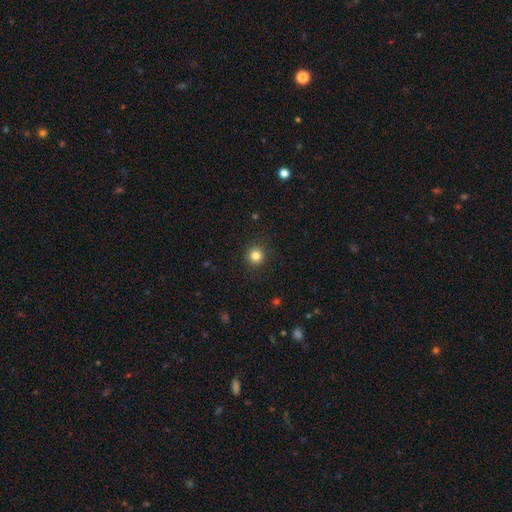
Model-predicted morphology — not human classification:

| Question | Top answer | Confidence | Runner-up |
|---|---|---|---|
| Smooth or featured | smooth | 82% | star or artifact (12%) |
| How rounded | round | 94% | in between (6%) |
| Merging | none | 91% | minor disturbance (6%) |